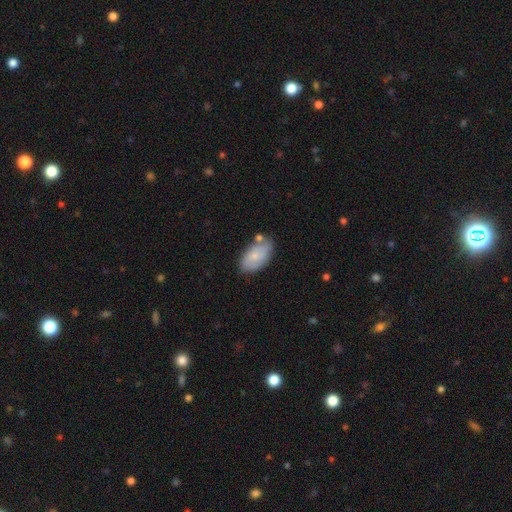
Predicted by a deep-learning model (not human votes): The model was most divided on "smooth or featured": smooth: 67%, featured or disk: 27%, star or artifact: 6%. More confident: how rounded — in between (94%); merging — none (65%).